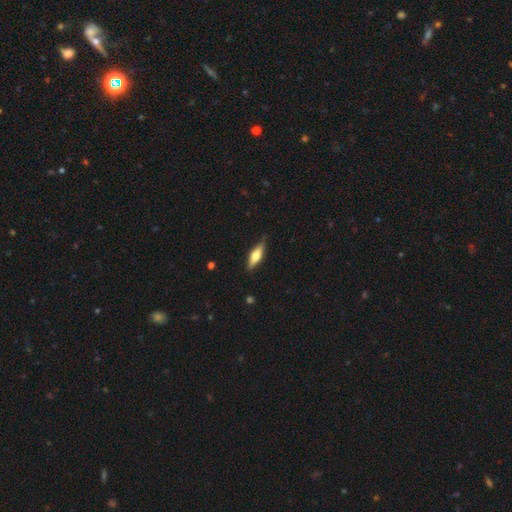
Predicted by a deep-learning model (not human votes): Smooth or featured? featured or disk (48%)
Merging? none (83%)